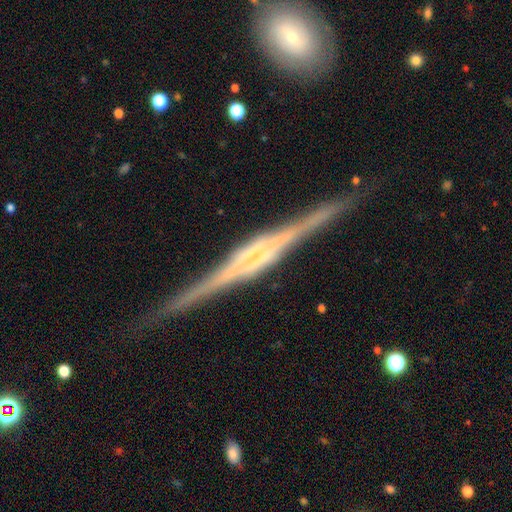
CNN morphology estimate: smooth_or_featured: featured or disk (p=0.88) [alt: smooth p=0.06]
disk_edge_on: yes (p=0.98) [alt: no p=0.02]
edge_on_bulge: boxy (p=0.53) [alt: rounded p=0.41]
merging: none (p=0.88) [alt: minor disturbance p=0.09]